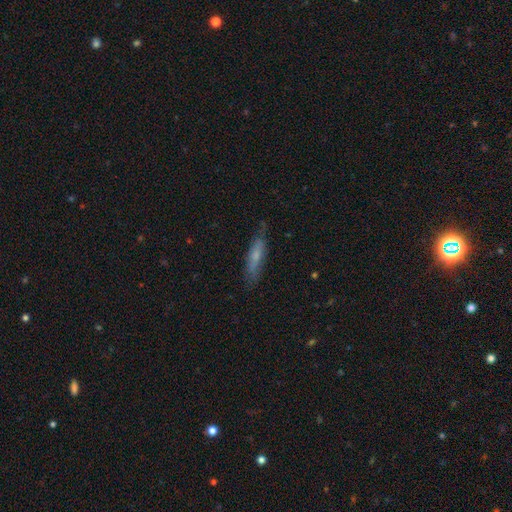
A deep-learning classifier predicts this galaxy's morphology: Overall: smooth (54%; featured or disk 39%). How rounded: cigar-shaped (77%). Merging: none (72%).